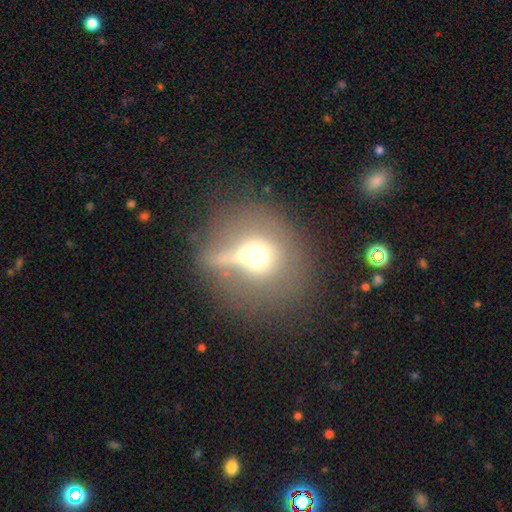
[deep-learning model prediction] Smooth or featured? smooth (53%)
How rounded? round (83%)
Merging? none (38%)